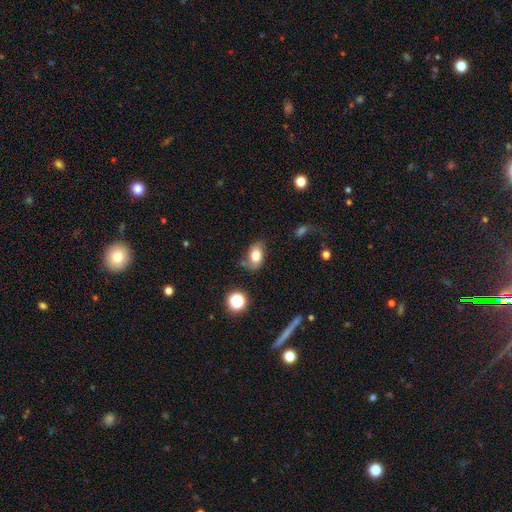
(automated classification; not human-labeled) Smooth or featured? smooth (78%)
How rounded? in between (84%)
Merging? none (61%)